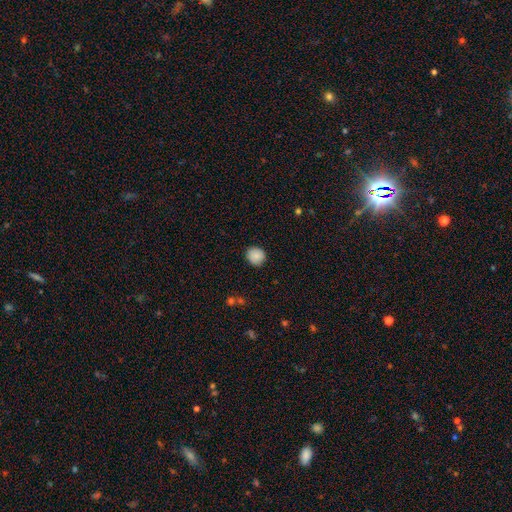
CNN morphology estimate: smooth_or_featured: smooth (p=0.87) [alt: star or artifact p=0.08]
how_rounded: round (p=0.84) [alt: in between p=0.15]
merging: none (p=0.87) [alt: minor disturbance p=0.10]